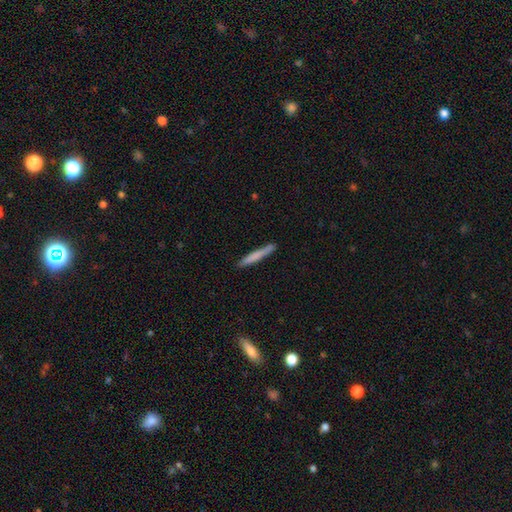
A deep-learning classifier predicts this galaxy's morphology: The model was most divided on "smooth or featured": smooth: 73%, featured or disk: 22%, star or artifact: 6%. More confident: how rounded — cigar-shaped (96%); merging — none (85%).